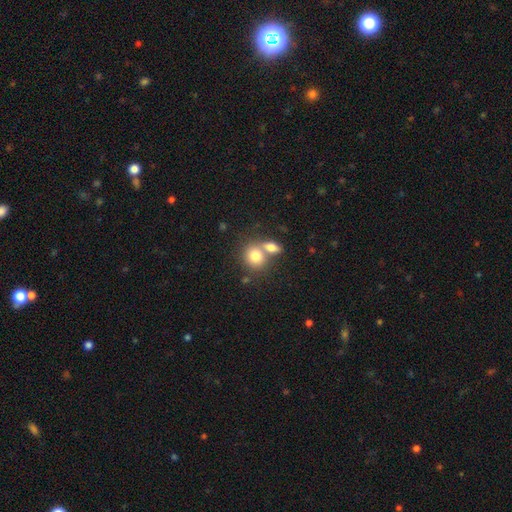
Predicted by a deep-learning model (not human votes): smooth-or-featured: smooth: 78% | featured or disk: 13% | star or artifact: 9%
  how-rounded: round: 66% | in between: 33% | cigar-shaped: 1%
  merging: merger: 50% | none: 38% | minor disturbance: 8% | major disturbance: 3%